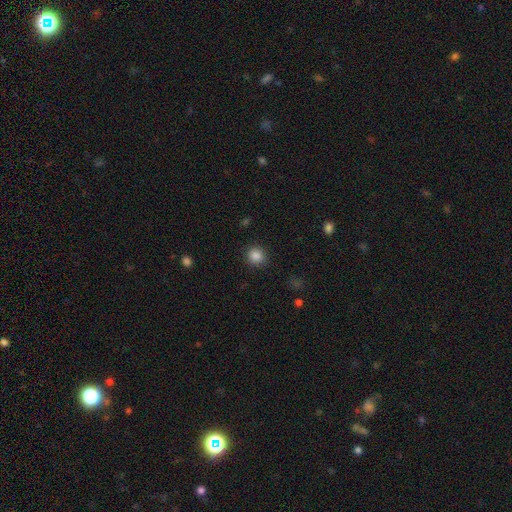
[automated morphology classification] type=smooth (86%); roundness=round (90%); merging=none (89%).